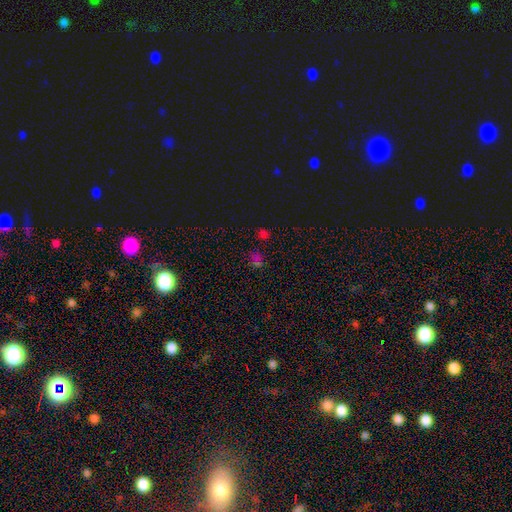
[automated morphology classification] Smooth or featured? Predicted: star or artifact (p=0.49).